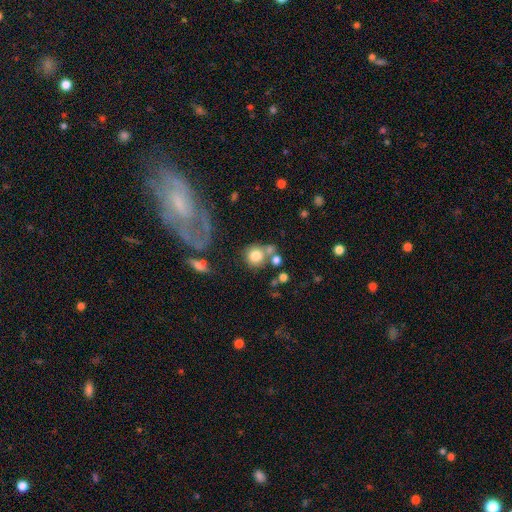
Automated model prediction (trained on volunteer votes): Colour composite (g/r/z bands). It shows a smooth galaxy with no disk features (76%) that is round (88%). Merging: none (54%).